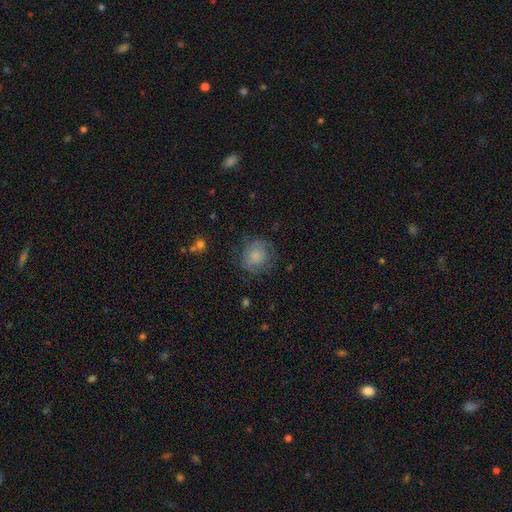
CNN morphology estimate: This is likely a smooth galaxy (74%). How rounded: likely round (77%). Merging: likely none (64%).